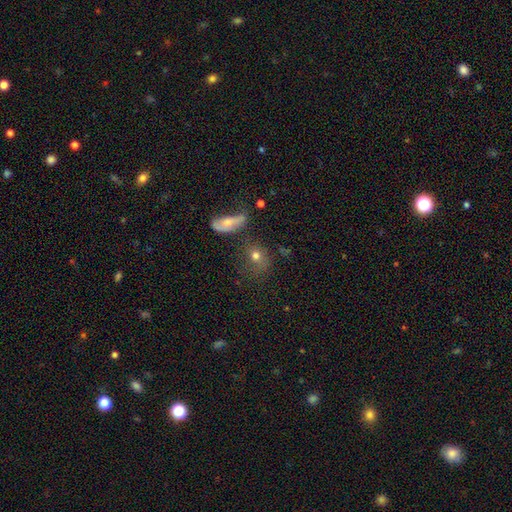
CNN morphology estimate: Smooth or featured?
  - smooth: 70% *
  - featured or disk: 17%
  - star or artifact: 13%
How rounded?
  - round: 57% *
  - in between: 39%
  - cigar-shaped: 4%
Merging?
  - none: 48% *
  - minor disturbance: 18%
  - merger: 18%
  - major disturbance: 15%